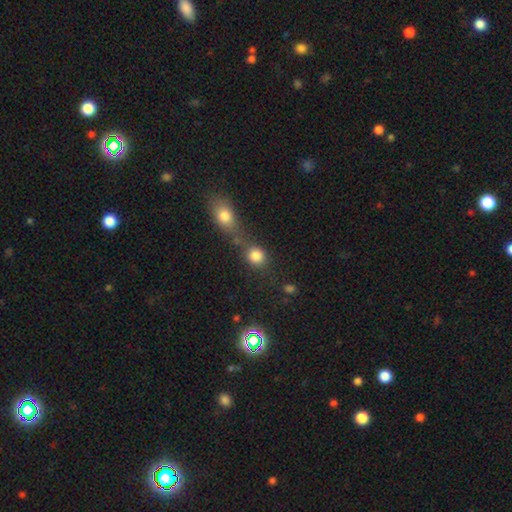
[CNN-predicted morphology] Smooth or featured: smooth — 82% (star or artifact — 12%)
How rounded: round — 80% (in between — 18%)
Merging: none — 49% (merger — 37%)